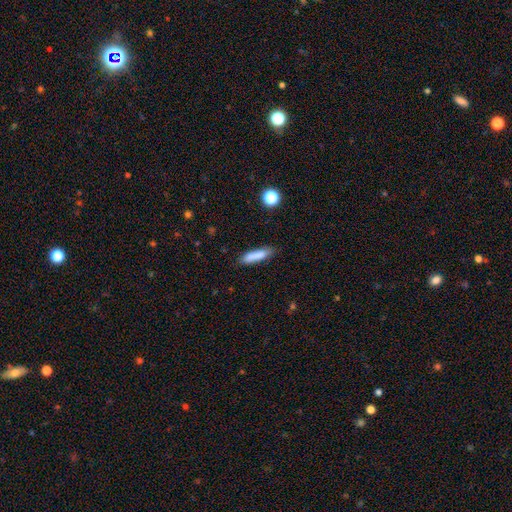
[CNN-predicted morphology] The model was most divided on "how rounded": cigar-shaped: 78%, in between: 20%, round: 2%. More confident: smooth or featured — smooth (82%); merging — none (81%).